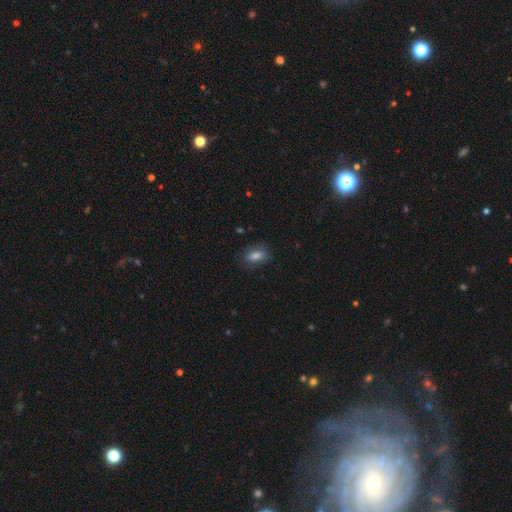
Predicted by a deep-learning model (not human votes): smooth-or-featured: smooth: 79% | featured or disk: 12% | star or artifact: 9%
  how-rounded: in between: 82% | cigar-shaped: 11% | round: 7%
  merging: none: 79% | minor disturbance: 16% | major disturbance: 5% | merger: 1%